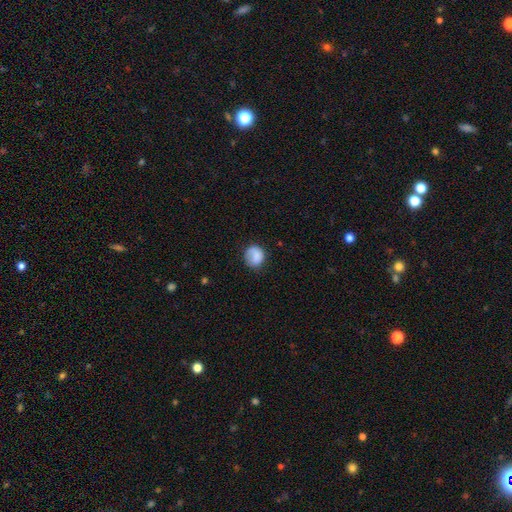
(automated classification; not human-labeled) Smooth or featured? smooth (80%)
How rounded? round (74%)
Merging? none (68%)